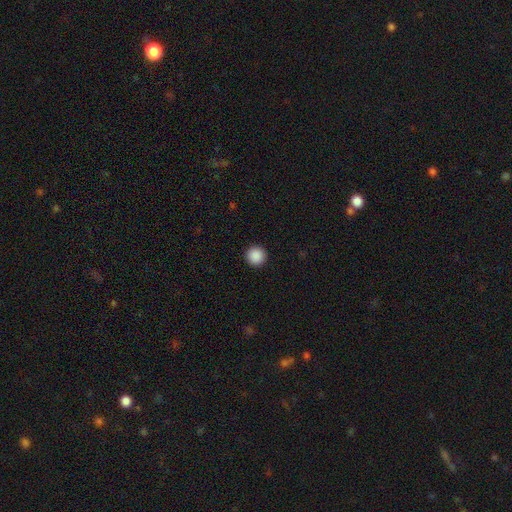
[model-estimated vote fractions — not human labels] A smooth galaxy with no disk features (89%) that is round (96%).

Vote fractions:
- Smooth or featured? smooth: 89% / star or artifact: 9% / featured or disk: 2%
- How rounded? round: 96% / in between: 3% / cigar-shaped: 1%
- Merging? none: 93% / minor disturbance: 4% / major disturbance: 2% / merger: 1%